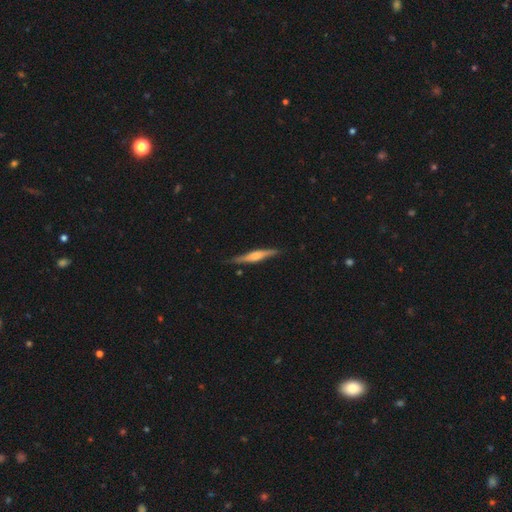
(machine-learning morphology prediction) Q: Smooth or featured?
A: featured or disk (65%); runner-up: smooth (29%)
Q: Edge-on disk?
A: yes (97%); runner-up: no (3%)
Q: Edge-on bulge?
A: rounded (70%); runner-up: boxy (22%)
Q: Merging?
A: none (84%); runner-up: minor disturbance (12%)